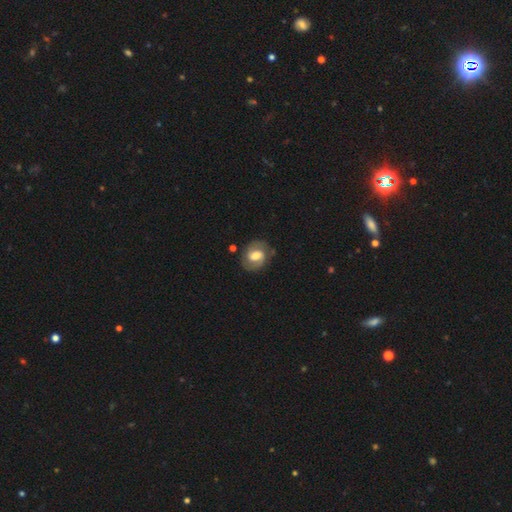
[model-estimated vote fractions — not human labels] Morphology: type=featured or disk (64%); edge-on=no (97%); bar=weak (49%); spiral arms=yes (84%); winding=medium (47%); arm count=2 (85%); bulge=moderate (56%); merging=none (77%).